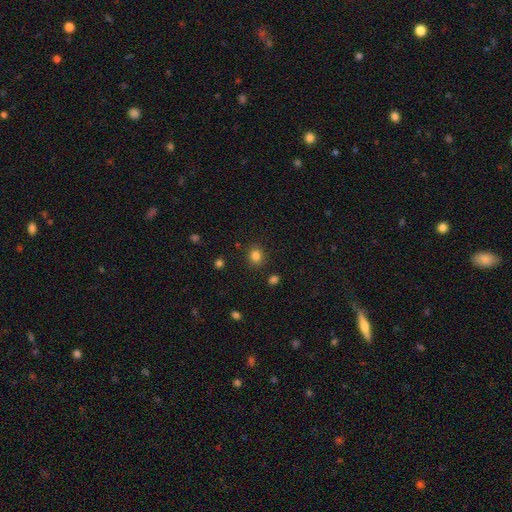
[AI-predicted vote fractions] smooth 83%, star or artifact 12%, featured or disk 5%. Down the decision tree: how rounded — round (70%); merging — none (86%).